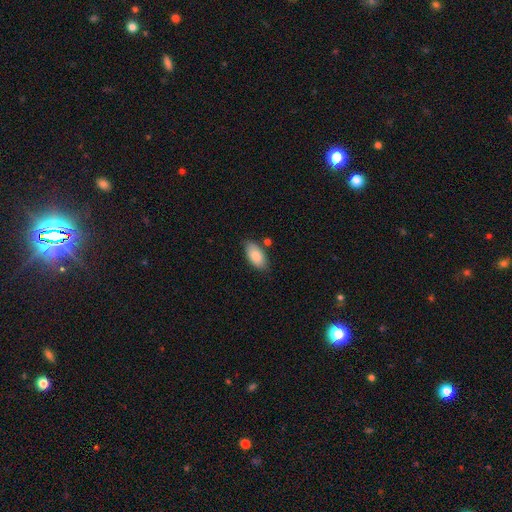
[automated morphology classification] smooth_or_featured: smooth (p=0.85) [alt: featured or disk p=0.08]
how_rounded: in between (p=0.92) [alt: cigar-shaped p=0.05]
merging: none (p=0.76) [alt: minor disturbance p=0.16]